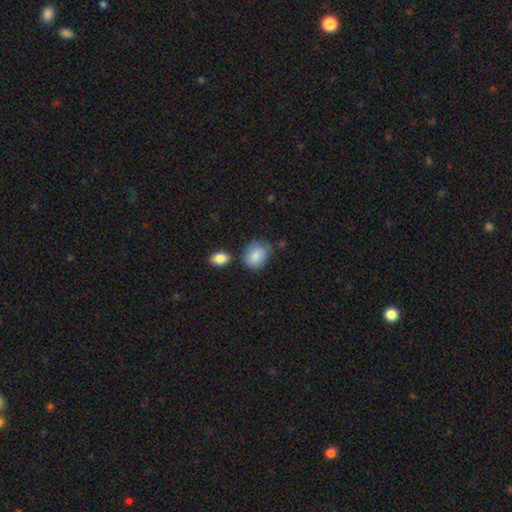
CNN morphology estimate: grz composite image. It shows a smooth galaxy with no disk features (84%) that is in between round and cigar-shaped (59%). Merging: none (63%).